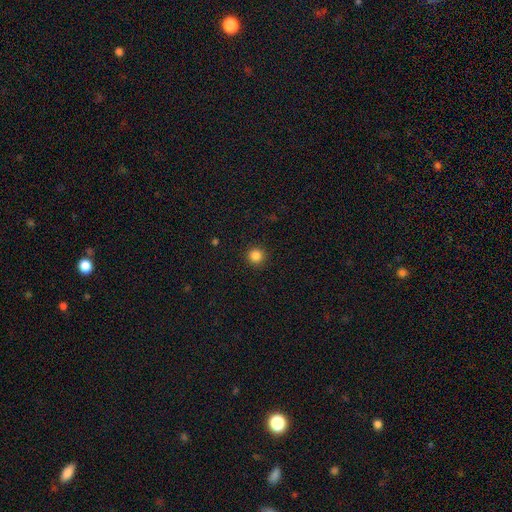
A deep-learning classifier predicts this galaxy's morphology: This appears to be a smooth galaxy with no disk features (85%) that is round (95%). Merging: none (92%).